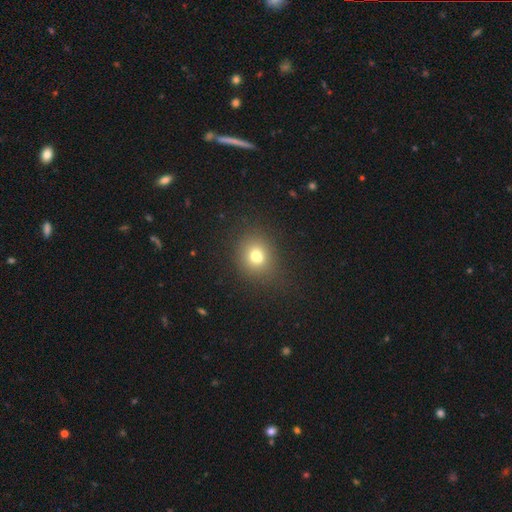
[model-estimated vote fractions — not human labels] A smooth galaxy with no disk features (71%) that is round (71%). Merging: none (63%).